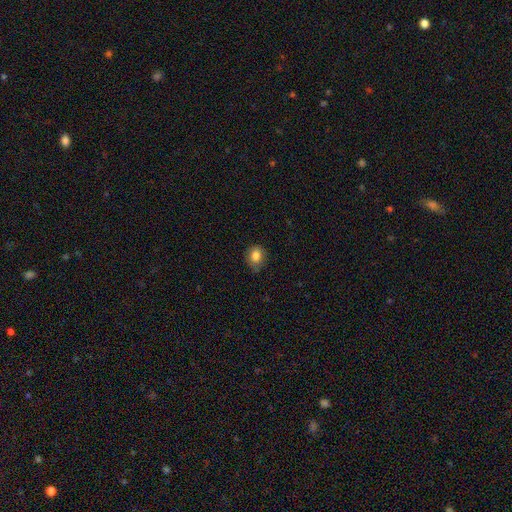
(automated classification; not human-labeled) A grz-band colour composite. It shows a smooth galaxy with no disk features (83%) that is in between round and cigar-shaped (51%). Merging: none (70%).